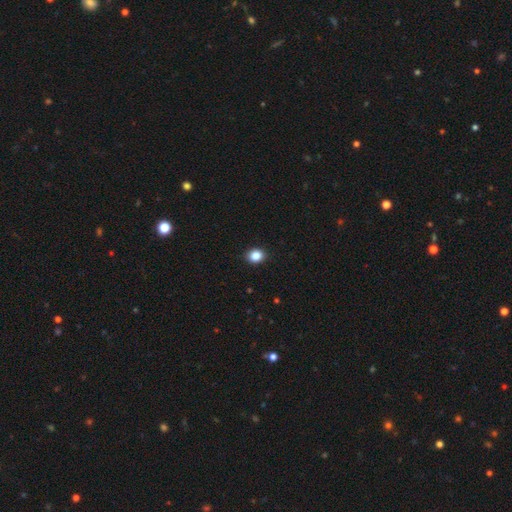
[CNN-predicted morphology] Smooth or featured? smooth (86%)
How rounded? round (61%)
Merging? none (90%)